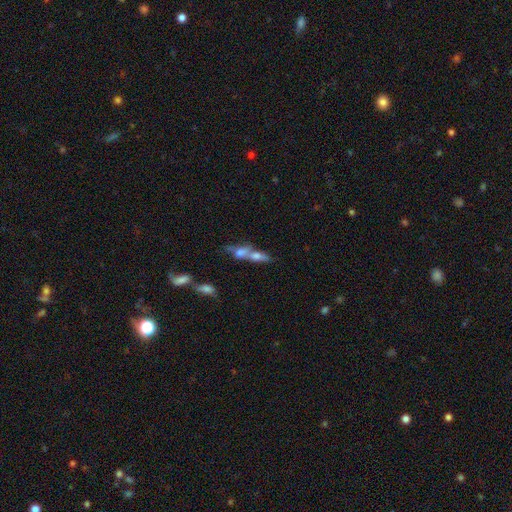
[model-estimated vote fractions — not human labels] Q: Smooth or featured?
A: smooth (49%); runner-up: featured or disk (36%)
Q: Merging?
A: merger (63%); runner-up: none (22%)